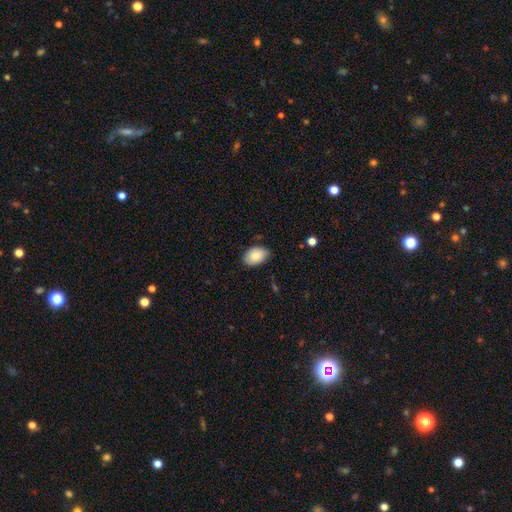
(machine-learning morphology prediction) smooth-or-featured: smooth: 86% | featured or disk: 7% | star or artifact: 7%
  how-rounded: in between: 86% | round: 13% | cigar-shaped: 1%
  merging: none: 78% | minor disturbance: 18% | major disturbance: 3% | merger: 1%